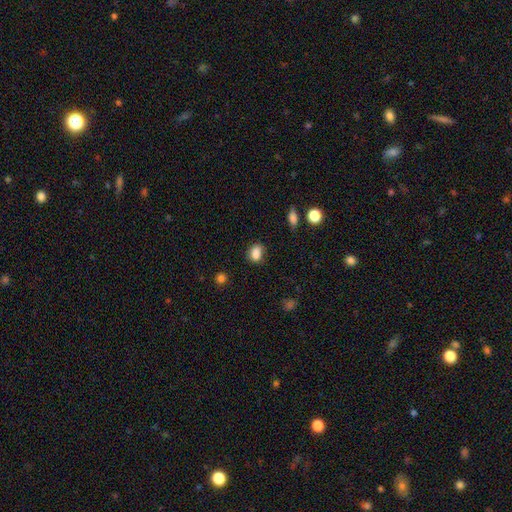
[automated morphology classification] Smooth or featured: smooth — 85% (star or artifact — 10%)
How rounded: in between — 65% (round — 34%)
Merging: none — 67% (minor disturbance — 23%)